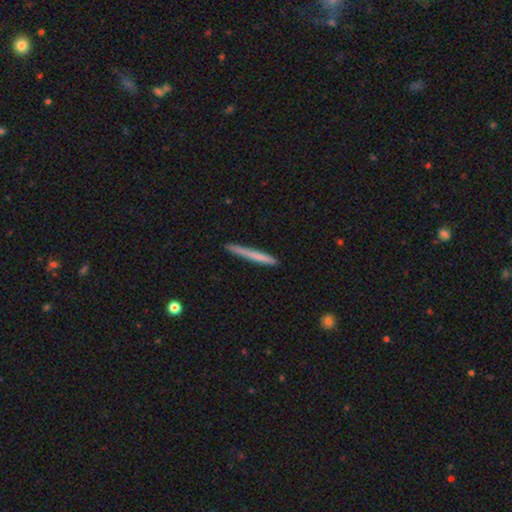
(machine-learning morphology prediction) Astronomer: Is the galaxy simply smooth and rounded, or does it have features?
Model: smooth — 67%.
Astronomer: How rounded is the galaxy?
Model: cigar-shaped — 97%.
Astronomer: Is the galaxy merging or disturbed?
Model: none — 89%.